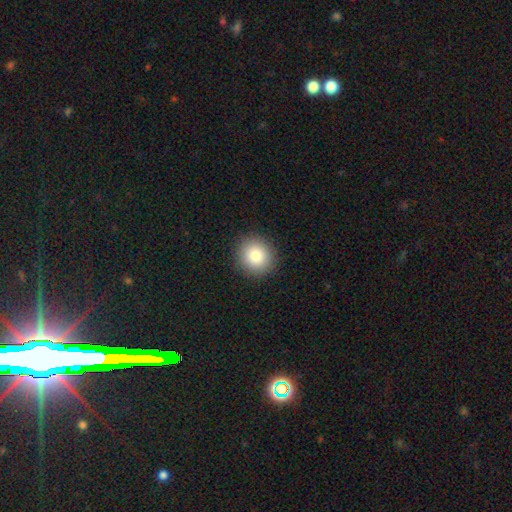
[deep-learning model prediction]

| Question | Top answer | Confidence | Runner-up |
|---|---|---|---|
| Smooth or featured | smooth | 83% | star or artifact (10%) |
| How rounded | round | 90% | in between (9%) |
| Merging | none | 92% | minor disturbance (6%) |